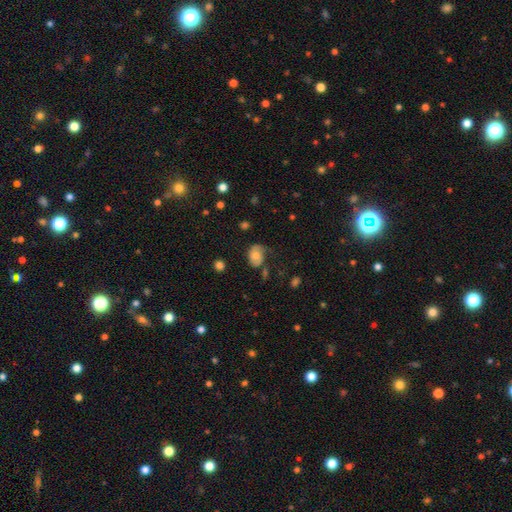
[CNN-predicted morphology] Smooth or featured?
  - smooth: 51% *
  - featured or disk: 40%
  - star or artifact: 9%
How rounded?
  - in between: 67% *
  - round: 32%
  - cigar-shaped: 1%
Merging?
  - none: 47% *
  - minor disturbance: 29%
  - major disturbance: 20%
  - merger: 4%